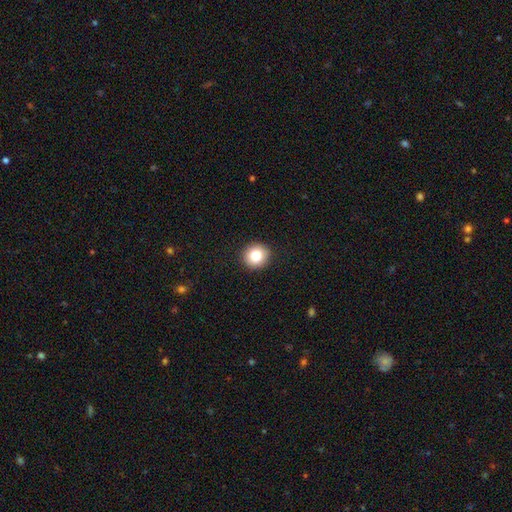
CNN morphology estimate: A smooth galaxy with no disk features (82%) that is round (92%). Merging: none (93%).